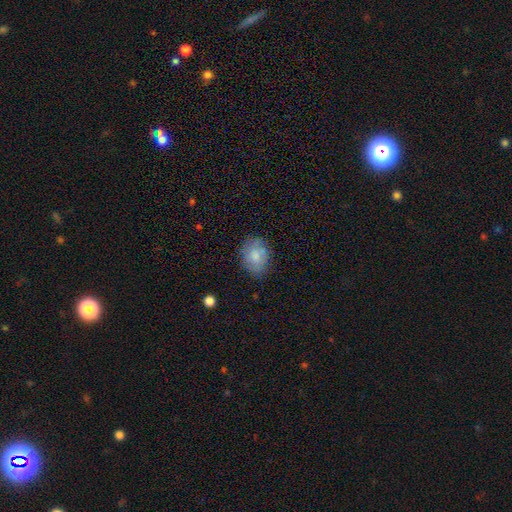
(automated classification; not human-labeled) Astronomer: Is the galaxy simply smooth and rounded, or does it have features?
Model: smooth — 75%.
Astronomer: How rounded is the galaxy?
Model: in between — 65%.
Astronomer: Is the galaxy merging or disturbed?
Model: none — 73%.